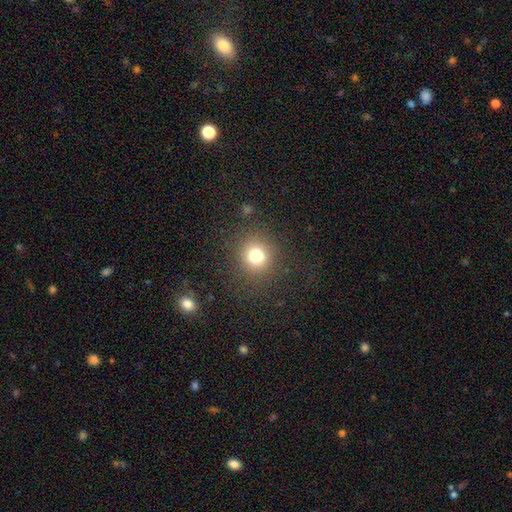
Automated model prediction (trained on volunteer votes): smooth_or_featured: smooth (p=0.78) [alt: star or artifact p=0.15]
how_rounded: round (p=0.87) [alt: in between p=0.12]
merging: none (p=0.84) [alt: minor disturbance p=0.09]